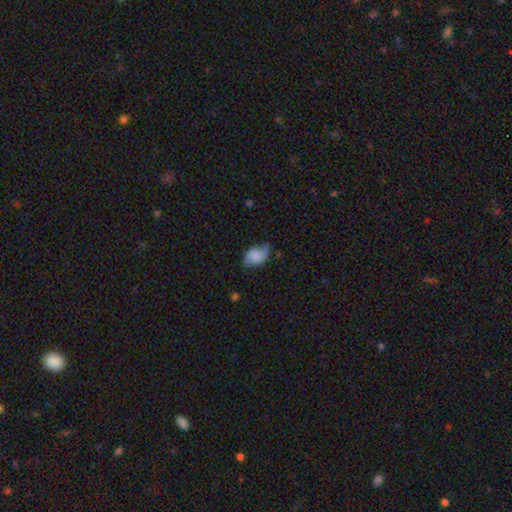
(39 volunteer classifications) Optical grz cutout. It shows a featured or disk galaxy (49%) with no bar (53%), 2 (100%) medium (45%, tied with loose) spiral arms (65%) and no central bulge (59%). Merging: none (43%).